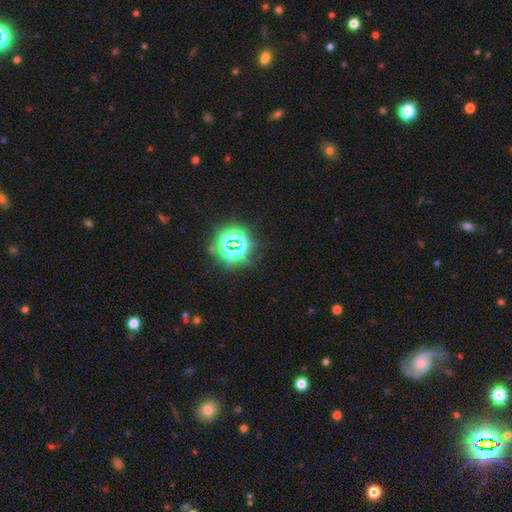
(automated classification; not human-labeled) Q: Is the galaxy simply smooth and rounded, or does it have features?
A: star or artifact — 79%.